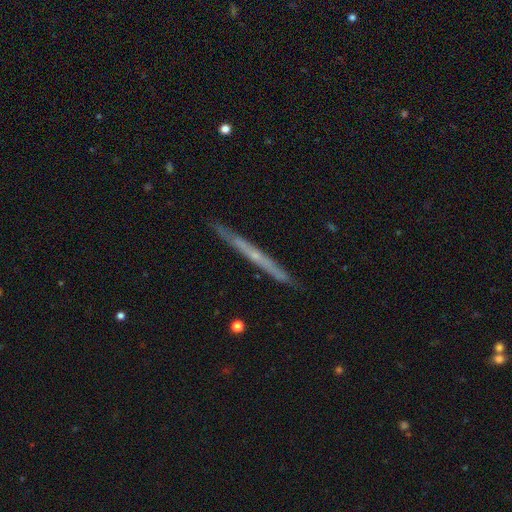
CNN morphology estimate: Smooth or featured?
  - featured or disk: 67% *
  - smooth: 26%
  - star or artifact: 7%
Edge-on disk?
  - yes: 97% *
  - no: 3%
Edge-on bulge?
  - none: 69% *
  - rounded: 27%
  - boxy: 4%
Merging?
  - none: 89% *
  - minor disturbance: 8%
  - major disturbance: 1%
  - merger: 1%